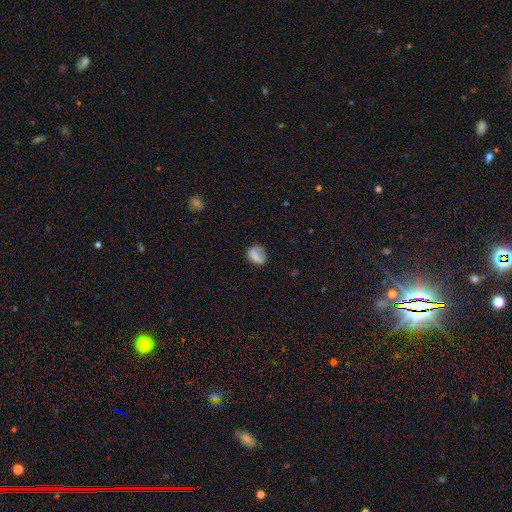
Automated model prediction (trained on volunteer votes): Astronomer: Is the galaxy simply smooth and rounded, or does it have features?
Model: smooth — 75%.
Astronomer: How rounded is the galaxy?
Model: round — 53% (runner-up: in between, 45%).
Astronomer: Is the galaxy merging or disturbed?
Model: none — 64%.